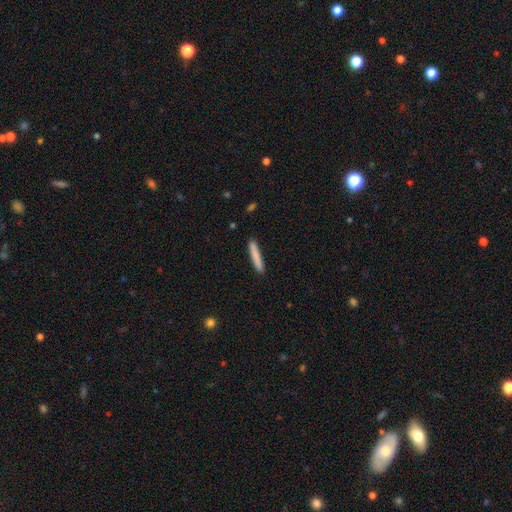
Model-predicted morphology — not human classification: This appears to be a smooth galaxy with no disk features (83%) that is cigar-shaped (94%). Merging: none (90%).